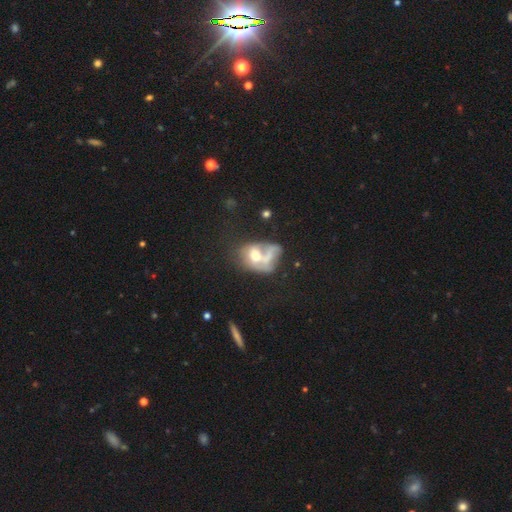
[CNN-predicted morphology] type=smooth (48%); merging=merger (42%).